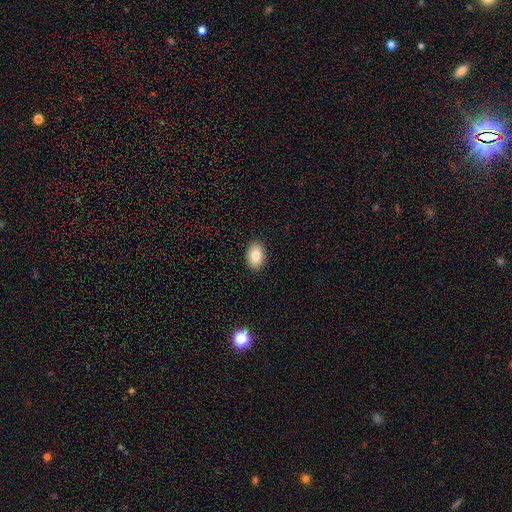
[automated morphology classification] The model was most divided on "smooth or featured": smooth: 82%, featured or disk: 10%, star or artifact: 8%. More confident: merging — none (90%); how rounded — in between (87%).